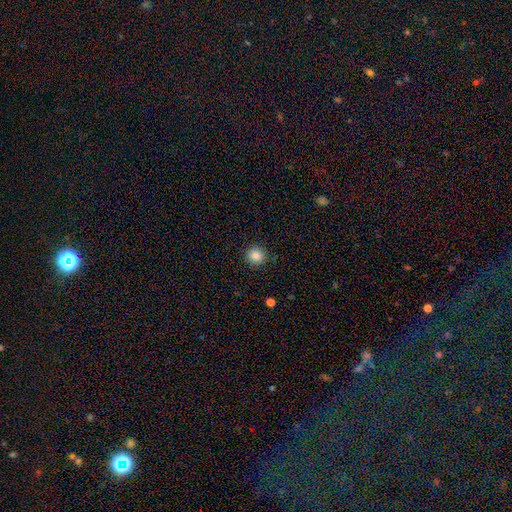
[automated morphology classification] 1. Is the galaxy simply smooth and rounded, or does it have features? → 86% smooth, 10% star or artifact, 4% featured or disk.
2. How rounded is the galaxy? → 90% round, 9% in between, 1% cigar-shaped.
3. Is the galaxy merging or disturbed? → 89% none, 7% minor disturbance, 2% major disturbance, 1% merger.